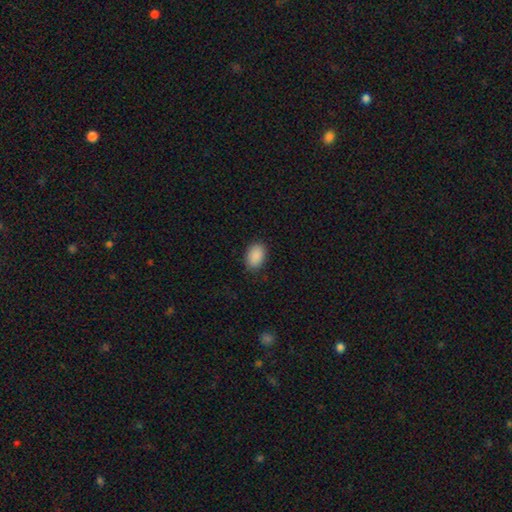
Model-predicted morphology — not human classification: smooth 90%, star or artifact 7%, featured or disk 3%. Down the decision tree: how rounded — in between (87%); merging — none (86%).